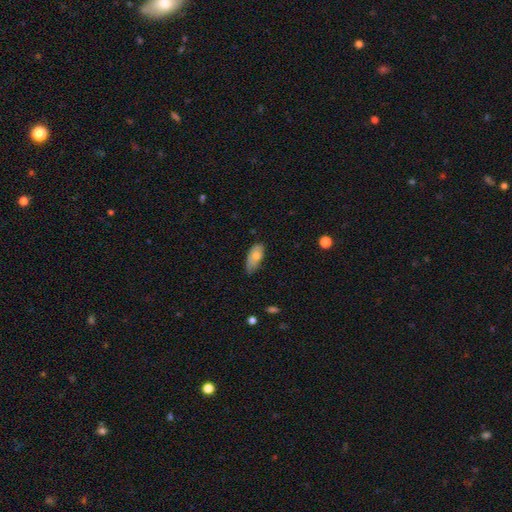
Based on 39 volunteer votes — smooth 74%, featured or disk 15%, star or artifact 10%. Down the decision tree: how rounded — in between (79%); merging — none (43%, tied with minor disturbance).